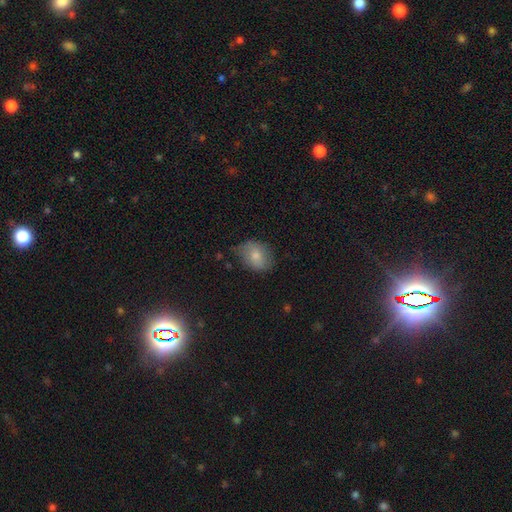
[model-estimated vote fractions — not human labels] This appears to be a smooth galaxy with no disk features (73%) that is in between round and cigar-shaped (58%). Merging: none (62%).